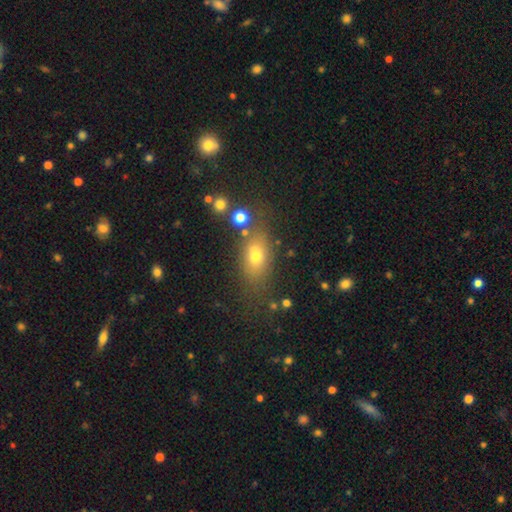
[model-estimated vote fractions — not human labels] This is likely a smooth galaxy (69%). How rounded: likely in between (74%). Merging: likely none (66%).